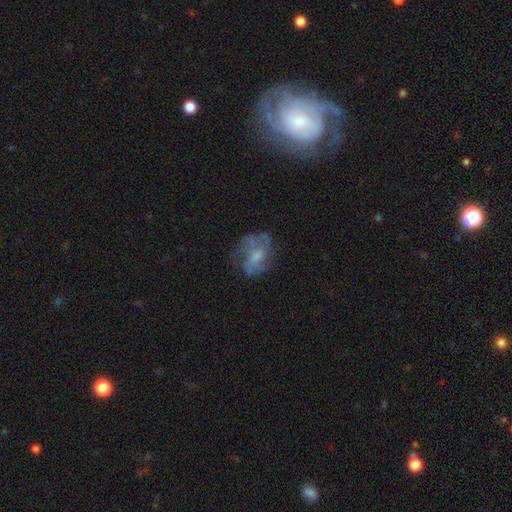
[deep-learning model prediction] This appears to be a featured or disk galaxy (58%) with no bar (64%), spiral arms (62%) and a moderate central bulge (36%). Merging: none (53%).